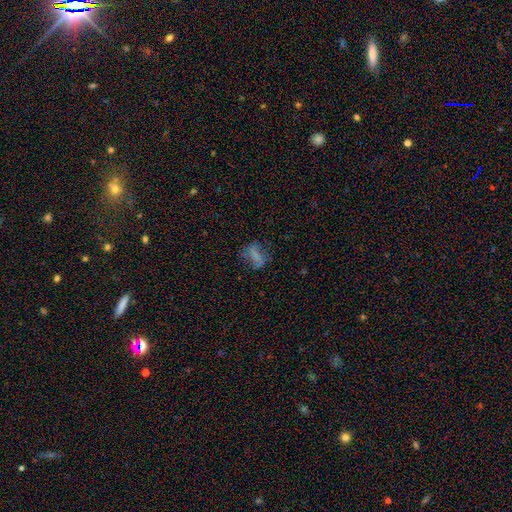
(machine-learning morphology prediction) The model was most divided on "merging": none: 57%, minor disturbance: 22%, major disturbance: 18%, merger: 2%. More confident: how rounded — in between (74%); smooth or featured — smooth (61%).